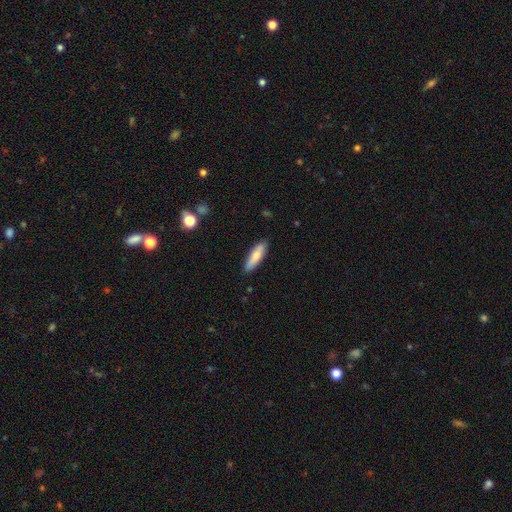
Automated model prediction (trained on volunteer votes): A smooth galaxy with no disk features (77%) that is cigar-shaped (61%).

Vote fractions:
- Smooth or featured? smooth: 77% / featured or disk: 17% / star or artifact: 6%
- How rounded? cigar-shaped: 61% / in between: 37% / round: 2%
- Merging? none: 86% / minor disturbance: 11% / major disturbance: 2% / merger: 1%